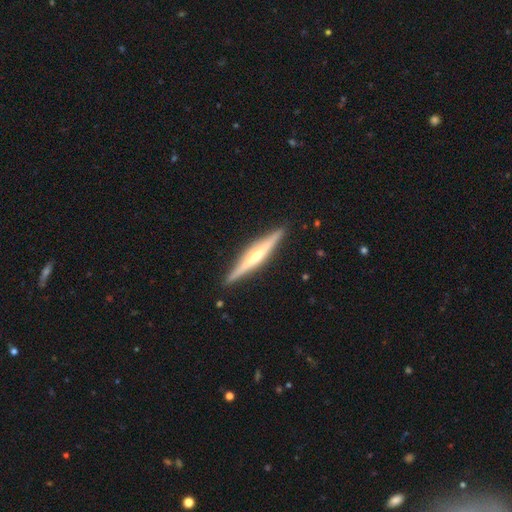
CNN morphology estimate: A featured or disk galaxy (75%) viewed edge-on (98%) with a rounded central bulge (78%).

Vote fractions:
- Smooth or featured? featured or disk: 75% / smooth: 20% / star or artifact: 5%
- Edge-on disk? yes: 98% / no: 2%
- Edge-on bulge? rounded: 78% / none: 12% / boxy: 10%
- Merging? none: 91% / minor disturbance: 7% / major disturbance: 1% / merger: 1%